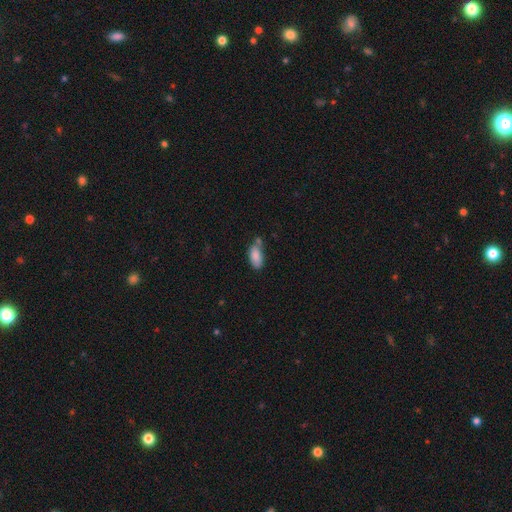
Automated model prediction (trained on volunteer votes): A smooth galaxy with no disk features (86%) that is in between round and cigar-shaped (89%). Merging: none (52%).